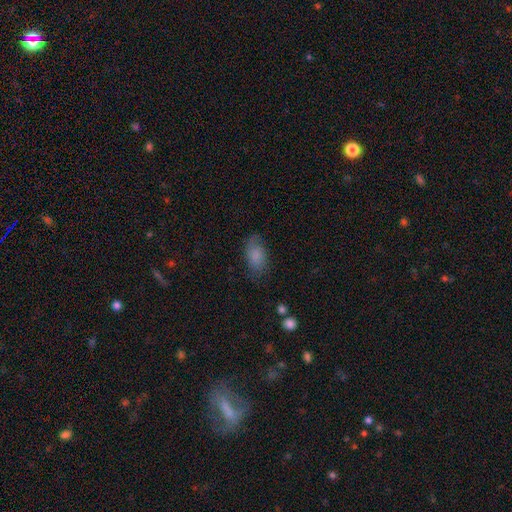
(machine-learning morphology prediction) Smooth or featured? smooth (80%)
How rounded? in between (91%)
Merging? none (72%)